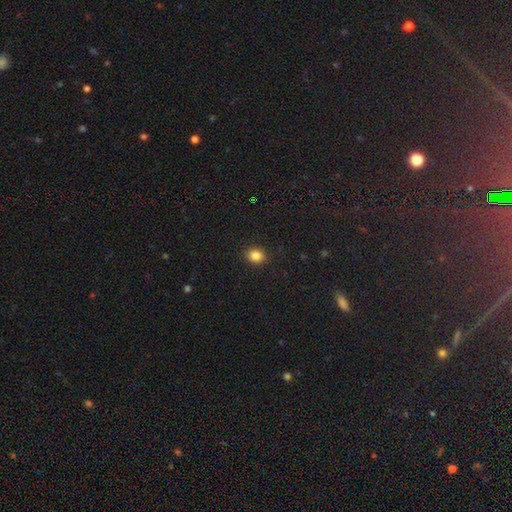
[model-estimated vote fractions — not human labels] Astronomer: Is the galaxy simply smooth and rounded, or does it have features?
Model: smooth — 84%.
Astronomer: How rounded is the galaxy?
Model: round — 58% (runner-up: in between, 41%).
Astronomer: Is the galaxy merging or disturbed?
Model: none — 91%.